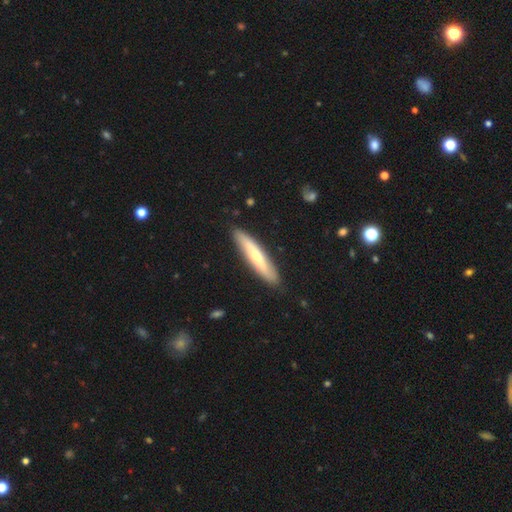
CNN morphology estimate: Smooth or featured: smooth — 49% (featured or disk — 46%)
Merging: none — 89% (minor disturbance — 8%)